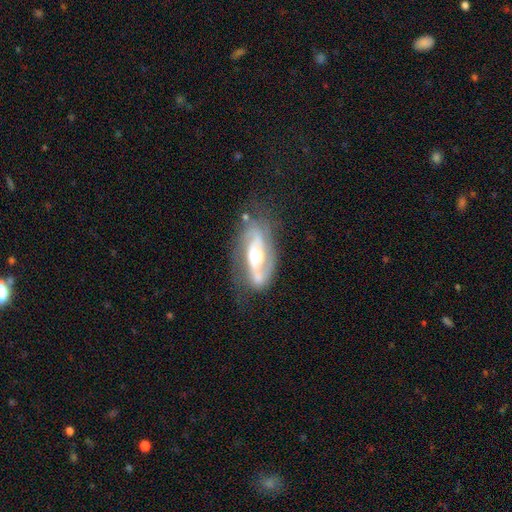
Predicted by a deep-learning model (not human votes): The model was most divided on "spiral winding": medium: 44%, tight: 33%, loose: 23%. Remaining: edge-on disk — no (90%); spiral arms — yes (87%); smooth or featured — featured or disk (83%); spiral arm count — 2 (79%); bulge size — moderate (70%); merging — none (61%); bar — no (43%).